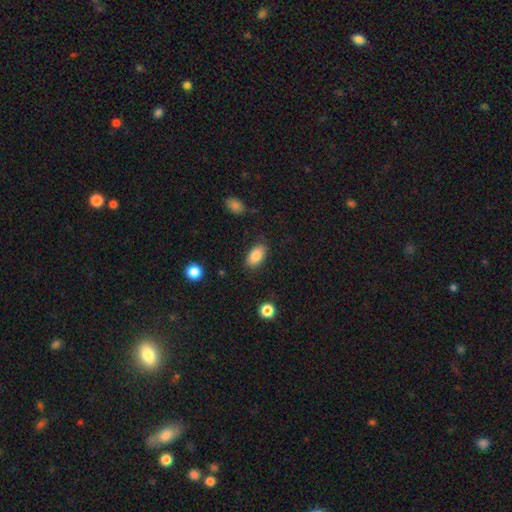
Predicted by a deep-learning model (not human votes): Morphology: type=smooth (86%); roundness=in between (92%); merging=none (84%).